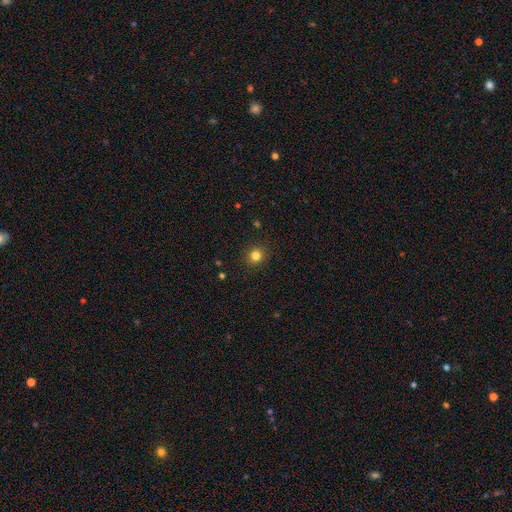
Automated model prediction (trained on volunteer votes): Smooth or featured?
  - smooth: 82% *
  - star or artifact: 13%
  - featured or disk: 5%
How rounded?
  - round: 86% *
  - in between: 13%
  - cigar-shaped: 1%
Merging?
  - none: 90% *
  - minor disturbance: 6%
  - major disturbance: 2%
  - merger: 1%